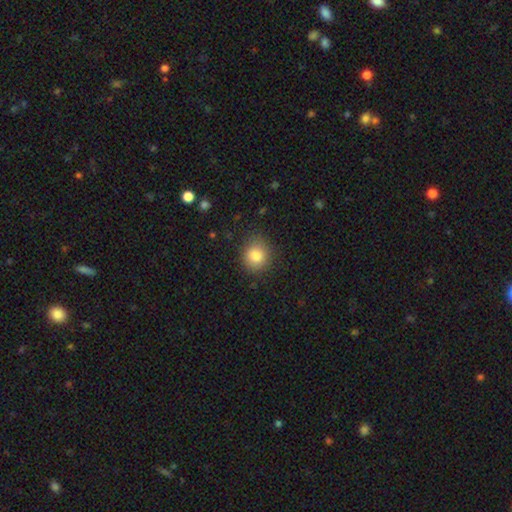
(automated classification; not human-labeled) Smooth or featured? smooth (83%)
How rounded? round (79%)
Merging? none (84%)